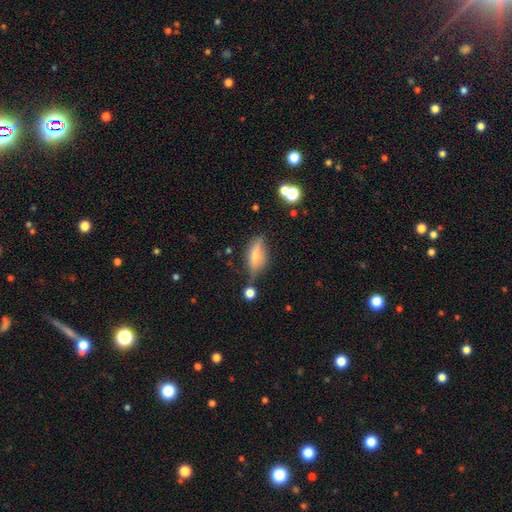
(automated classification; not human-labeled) smooth 52%, featured or disk 39%, star or artifact 9%. Down the decision tree: how rounded — in between (61%); merging — none (59%).